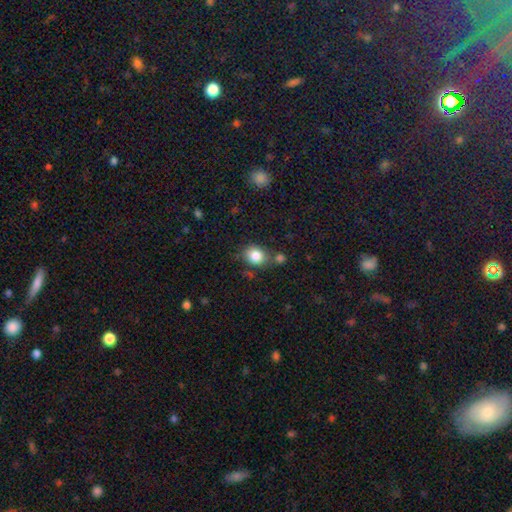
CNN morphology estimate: smooth_or_featured: smooth (p=0.83) [alt: star or artifact p=0.09]
how_rounded: round (p=0.55) [alt: in between p=0.44]
merging: none (p=0.68) [alt: minor disturbance p=0.15]